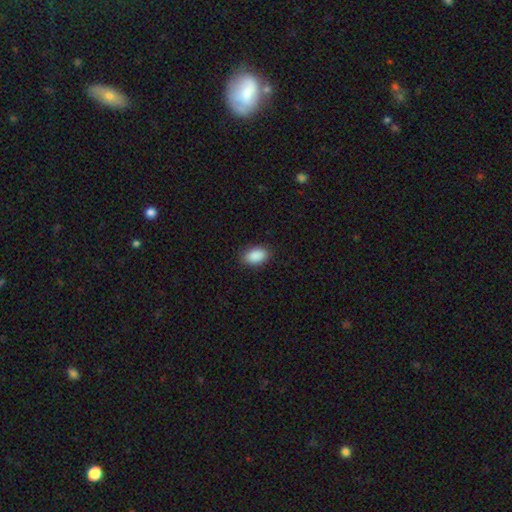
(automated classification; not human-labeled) smooth-or-featured: smooth: 90% | star or artifact: 7% | featured or disk: 3%
  how-rounded: in between: 90% | round: 8% | cigar-shaped: 1%
  merging: none: 87% | minor disturbance: 10% | major disturbance: 2% | merger: 1%